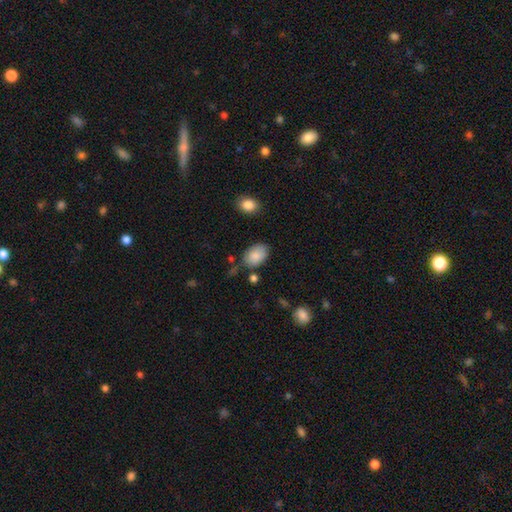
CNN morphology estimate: This appears to be a smooth galaxy with no disk features (86%) that is in between round and cigar-shaped (88%). Merging: none (72%).